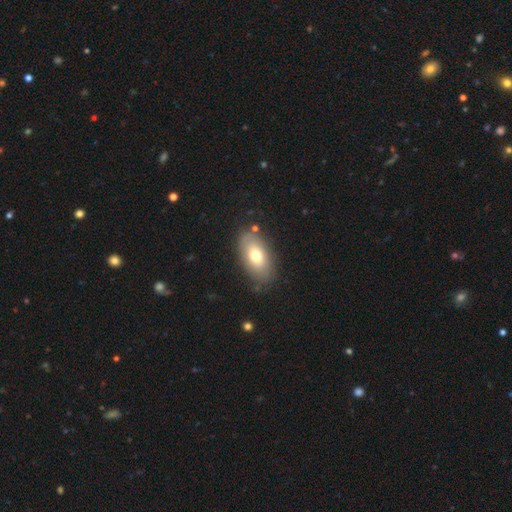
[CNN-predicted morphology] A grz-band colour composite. It shows a smooth galaxy with no disk features (66%) that is in between round and cigar-shaped (91%). Merging: none (78%).